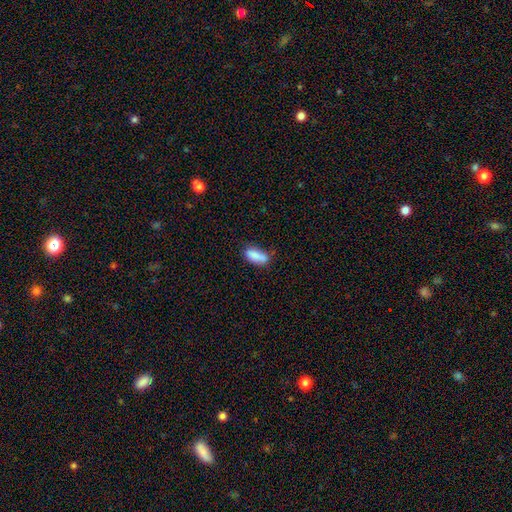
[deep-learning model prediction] Smooth or featured? Predicted: smooth (p=0.83). How rounded? Predicted: in between (p=0.78). Merging? Predicted: none (p=0.55).